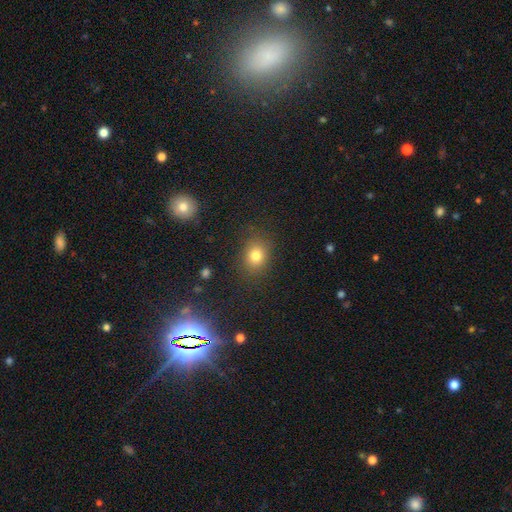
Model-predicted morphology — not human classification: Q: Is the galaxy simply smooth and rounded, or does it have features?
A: smooth — 78%.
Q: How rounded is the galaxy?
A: round — 53%.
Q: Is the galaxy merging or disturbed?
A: none — 83%.